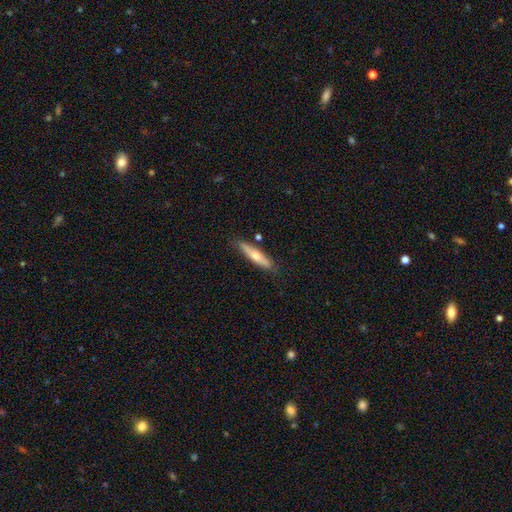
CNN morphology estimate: Q: Smooth or featured?
A: smooth (54%); runner-up: featured or disk (40%)
Q: How rounded?
A: cigar-shaped (77%); runner-up: in between (21%)
Q: Merging?
A: none (80%); runner-up: minor disturbance (14%)